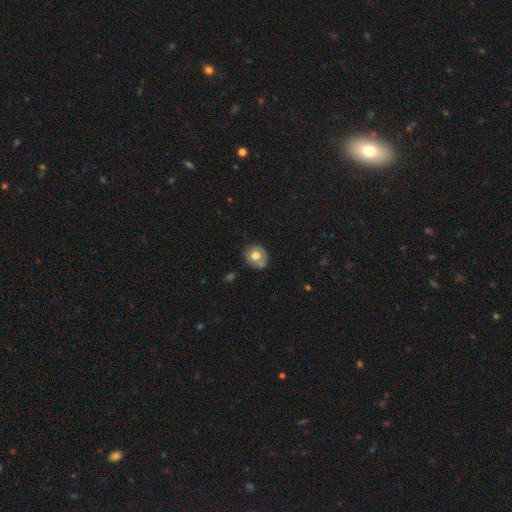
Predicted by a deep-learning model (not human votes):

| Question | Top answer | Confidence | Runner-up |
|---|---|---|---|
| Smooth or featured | smooth | 68% | featured or disk (23%) |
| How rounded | round | 72% | in between (27%) |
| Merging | none | 62% | minor disturbance (23%) |